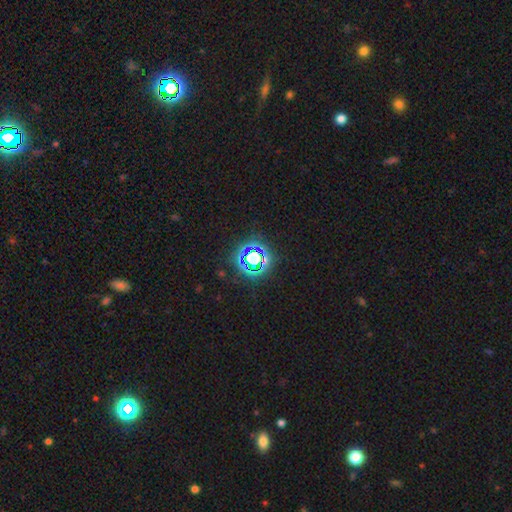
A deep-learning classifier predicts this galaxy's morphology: Smooth or featured? star or artifact (77%)